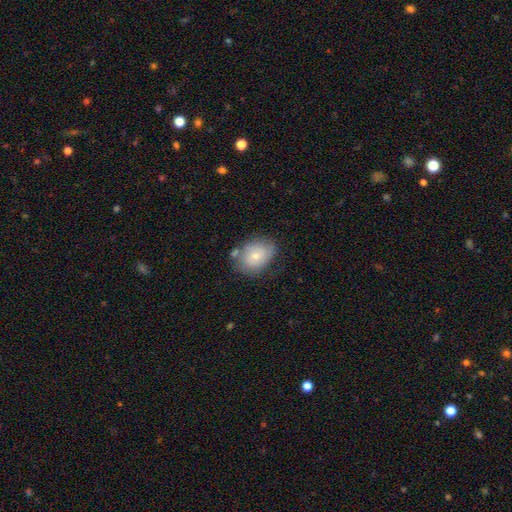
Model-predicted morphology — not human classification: Smooth or featured: smooth — 64% (featured or disk — 29%)
How rounded: in between — 62% (round — 37%)
Merging: none — 61% (minor disturbance — 25%)